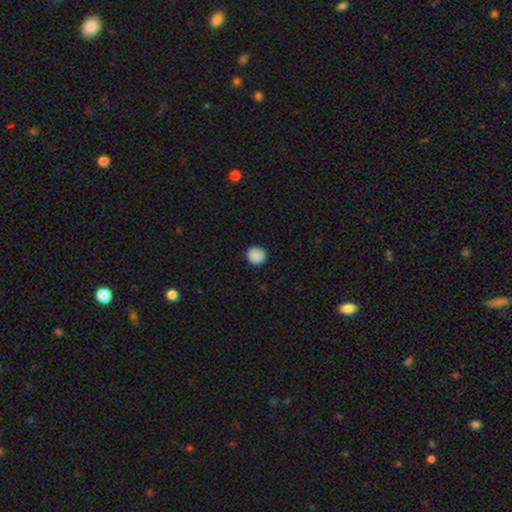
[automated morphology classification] Overall: smooth (89%). How rounded: round (94%). Merging: none (92%).